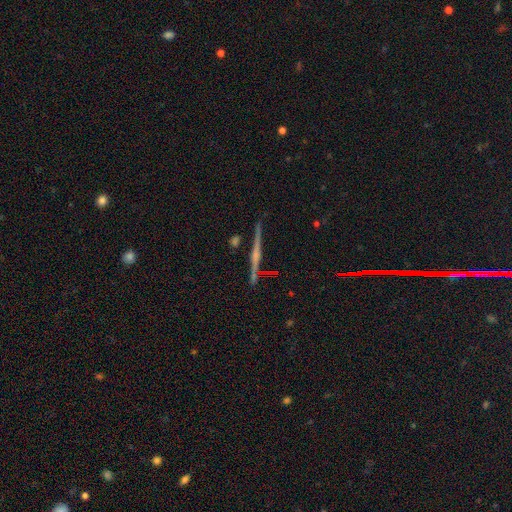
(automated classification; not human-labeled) Smooth or featured?
  - featured or disk: 73% *
  - smooth: 17%
  - star or artifact: 10%
Edge-on disk?
  - yes: 97% *
  - no: 3%
Edge-on bulge?
  - rounded: 43% * (tied)
  - none: 43% * (tied)
  - boxy: 14%
Merging?
  - none: 84% *
  - minor disturbance: 9%
  - merger: 4%
  - major disturbance: 3%